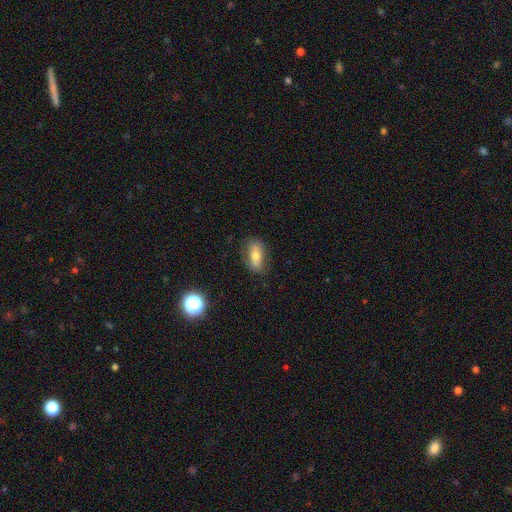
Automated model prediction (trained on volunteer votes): A smooth galaxy with no disk features (59%) that is in between round and cigar-shaped (76%). Merging: none (77%).